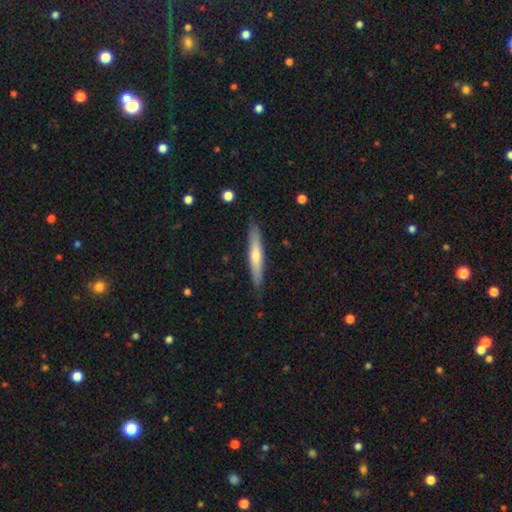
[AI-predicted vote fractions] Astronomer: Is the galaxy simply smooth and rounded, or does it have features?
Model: smooth — 51% (runner-up: featured or disk, 44%).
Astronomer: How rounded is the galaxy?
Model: cigar-shaped — 91%.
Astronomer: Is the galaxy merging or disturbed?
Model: none — 86%.